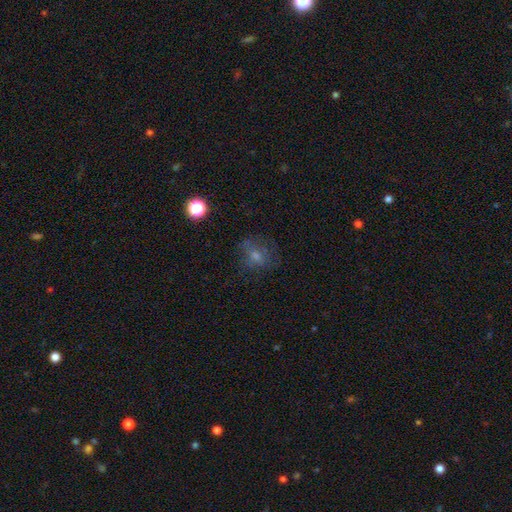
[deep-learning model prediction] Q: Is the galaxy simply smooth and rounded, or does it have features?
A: smooth — 44%.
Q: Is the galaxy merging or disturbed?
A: none — 66%.